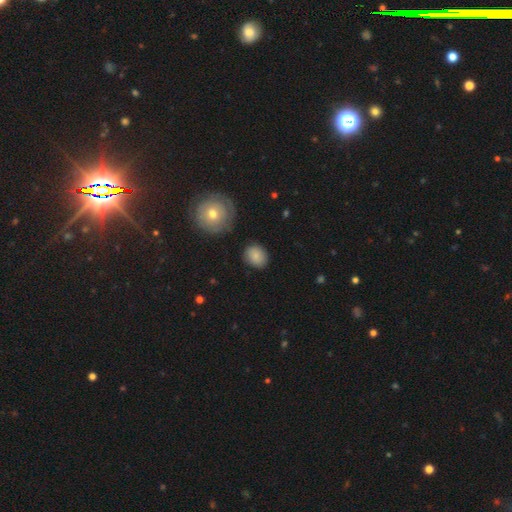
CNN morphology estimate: type=smooth (84%); roundness=round (62%); merging=none (84%).